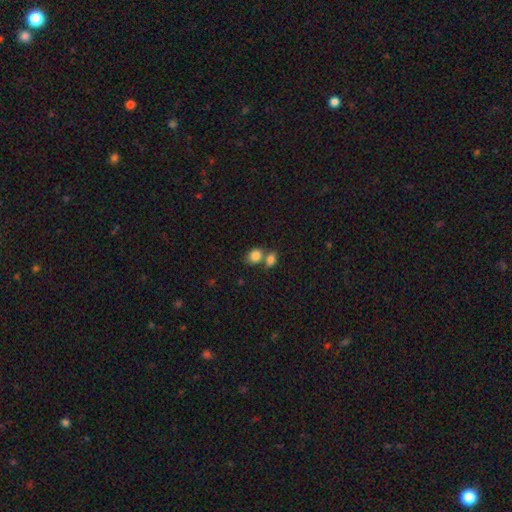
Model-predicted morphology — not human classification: smooth_or_featured: smooth (p=0.84) [alt: star or artifact p=0.09]
how_rounded: in between (p=0.51) [alt: round p=0.48]
merging: merger (p=0.50) [alt: none p=0.37]